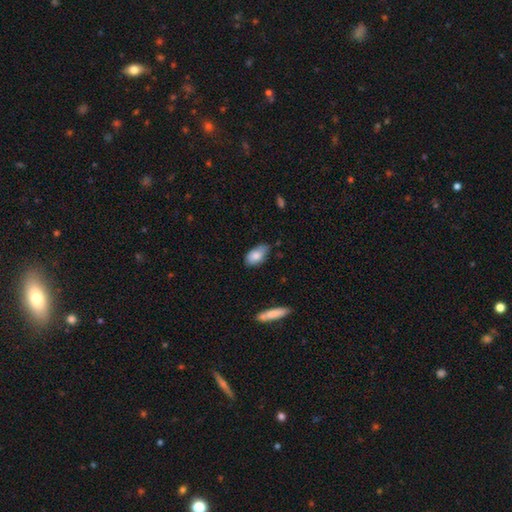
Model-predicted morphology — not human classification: Smooth or featured?
  - smooth: 82% *
  - featured or disk: 11%
  - star or artifact: 7%
How rounded?
  - in between: 92% *
  - round: 4%
  - cigar-shaped: 4%
Merging?
  - none: 63% *
  - minor disturbance: 30%
  - major disturbance: 5%
  - merger: 2%